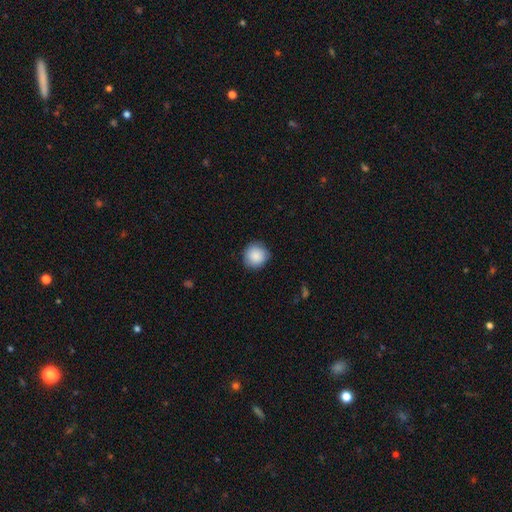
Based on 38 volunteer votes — A smooth galaxy with no disk features (92%) that is round (89%).

Vote fractions:
- Smooth or featured? smooth: 92% / star or artifact: 8% / featured or disk: 0%
- How rounded? round: 89% / in between: 11% / cigar-shaped: 0%
- Merging? none: 86% / minor disturbance: 11% / major disturbance: 3% / merger: 0%